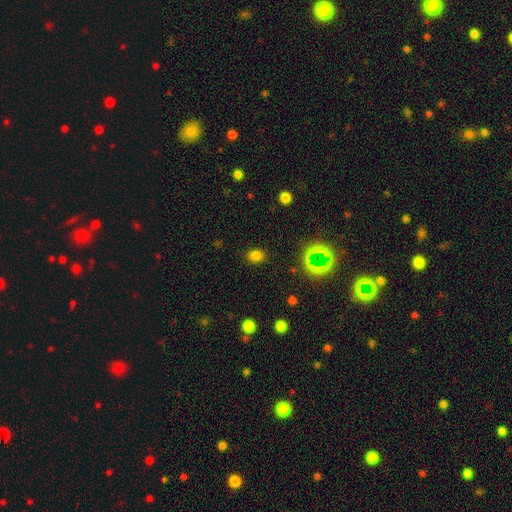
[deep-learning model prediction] A smooth galaxy with no disk features (72%) that is in between round and cigar-shaped (55%).

Vote fractions:
- Smooth or featured? smooth: 72% / star or artifact: 23% / featured or disk: 5%
- How rounded? in between: 55% / round: 43% / cigar-shaped: 1%
- Merging? none: 86% / minor disturbance: 9% / major disturbance: 3% / merger: 2%